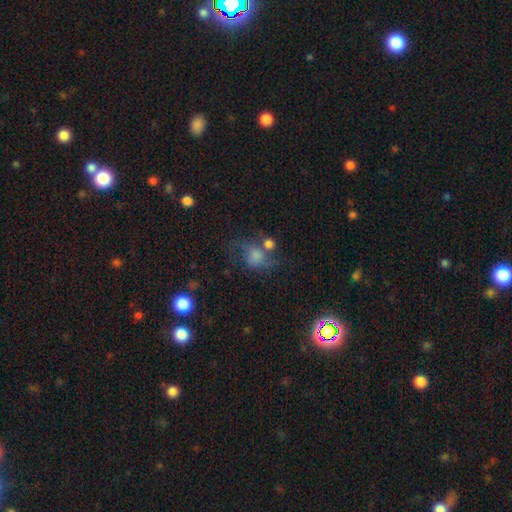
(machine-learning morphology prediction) The model was most divided on "smooth or featured": smooth: 48%, featured or disk: 30%, star or artifact: 22%. Remaining: merging — none (41%).